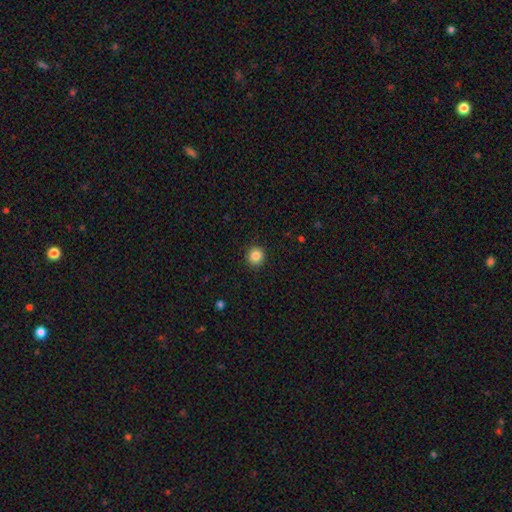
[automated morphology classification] smooth_or_featured: smooth (p=0.85) [alt: star or artifact p=0.10]
how_rounded: round (p=0.90) [alt: in between p=0.09]
merging: none (p=0.91) [alt: minor disturbance p=0.06]